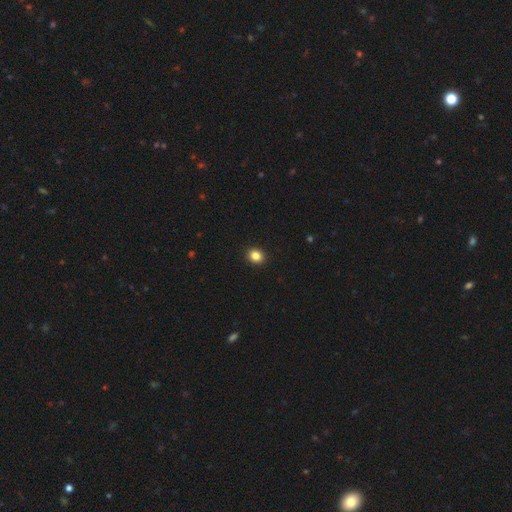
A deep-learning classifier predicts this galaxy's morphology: smooth 85%, star or artifact 11%, featured or disk 4%. Down the decision tree: how rounded — round (69%); merging — none (93%).